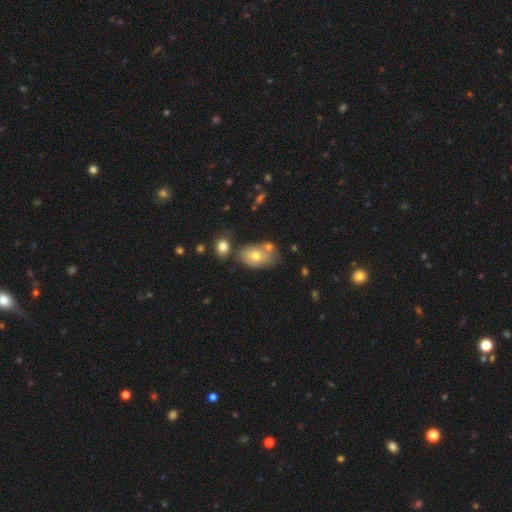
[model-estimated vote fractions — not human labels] This appears to be a smooth galaxy with no disk features (65%) that is in between round and cigar-shaped (82%). Merging: none (53%).